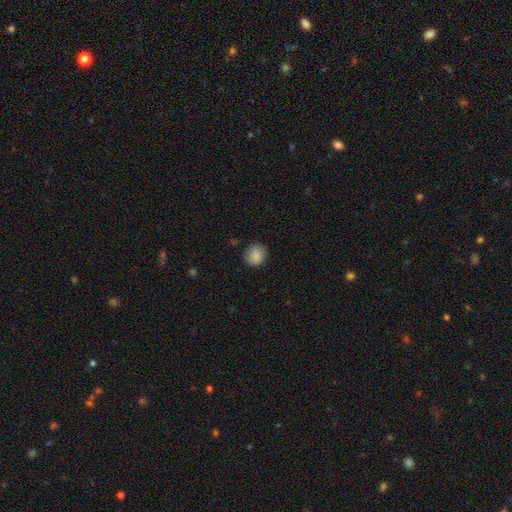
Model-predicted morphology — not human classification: smooth 87%, star or artifact 8%, featured or disk 5%. Down the decision tree: how rounded — round (84%); merging — none (81%).